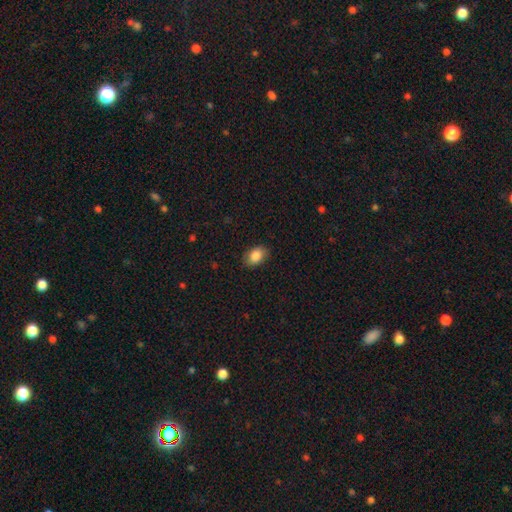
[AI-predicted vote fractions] Smooth or featured? smooth (86%)
How rounded? in between (86%)
Merging? none (85%)